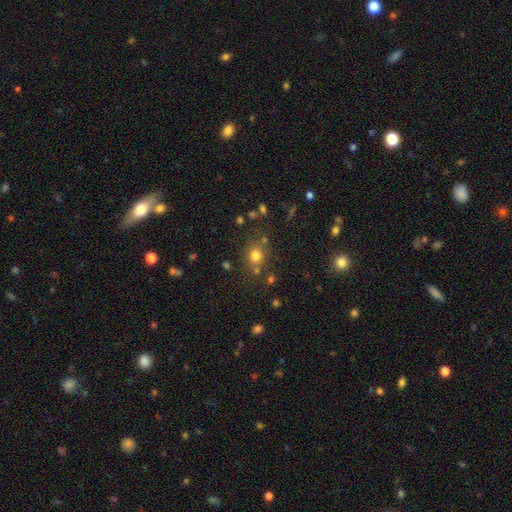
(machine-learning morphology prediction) Q: Smooth or featured?
A: smooth (75%); runner-up: star or artifact (17%)
Q: How rounded?
A: round (73%); runner-up: in between (26%)
Q: Merging?
A: none (74%); runner-up: minor disturbance (12%)